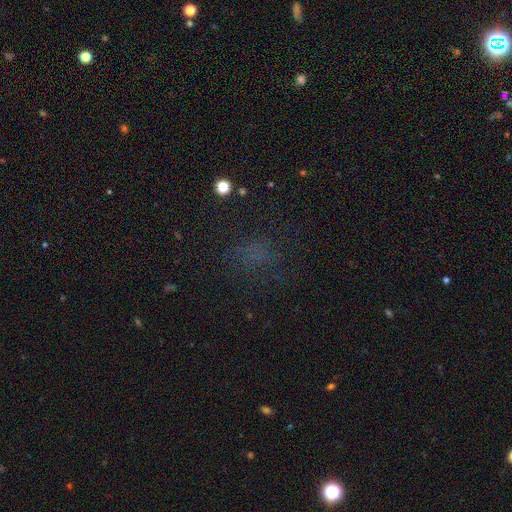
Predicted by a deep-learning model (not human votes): Smooth or featured?
  - smooth: 53% *
  - star or artifact: 36%
  - featured or disk: 12%
How rounded?
  - round: 54% *
  - in between: 43%
  - cigar-shaped: 3%
Merging?
  - none: 71% *
  - minor disturbance: 15%
  - major disturbance: 12%
  - merger: 2%